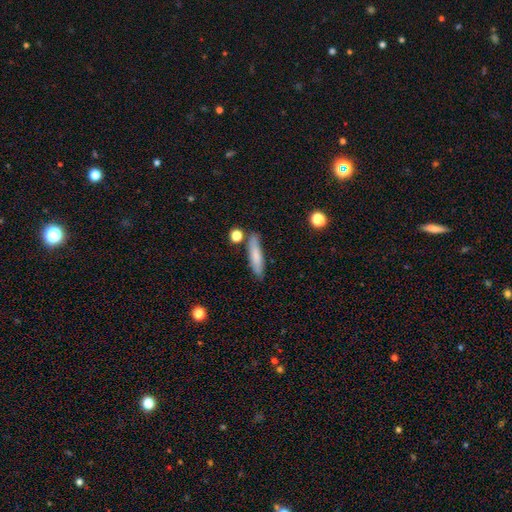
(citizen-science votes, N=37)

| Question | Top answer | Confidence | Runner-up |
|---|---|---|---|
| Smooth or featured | smooth | 65% | featured or disk (27%) |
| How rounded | cigar-shaped | 88% | in between (8%) |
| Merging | none | 76% | minor disturbance (12%) |